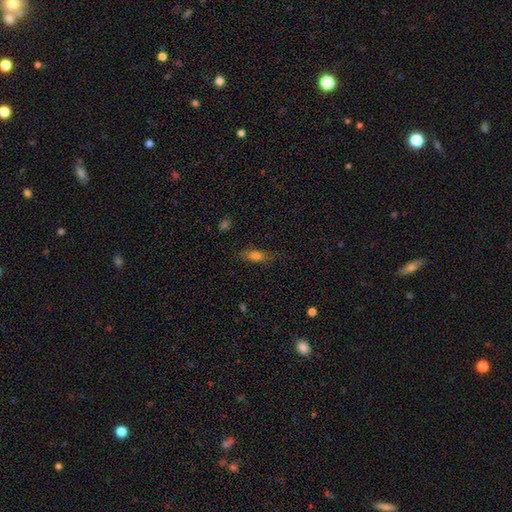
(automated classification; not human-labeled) This is likely a smooth galaxy (69%). How rounded: possibly in between (59%). Merging: likely none (75%).